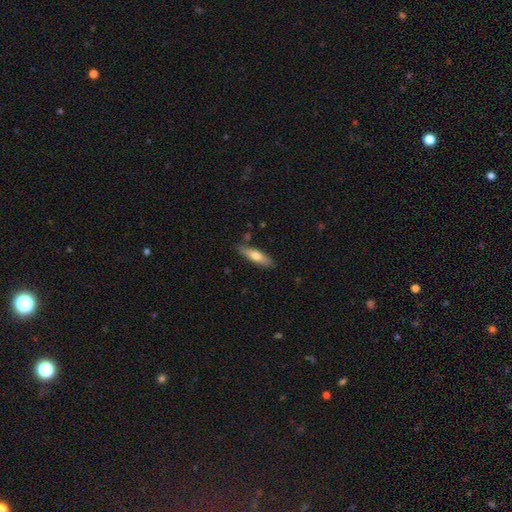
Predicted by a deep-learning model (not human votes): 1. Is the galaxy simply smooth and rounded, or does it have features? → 65% smooth, 29% featured or disk, 6% star or artifact.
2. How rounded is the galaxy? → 64% cigar-shaped, 34% in between, 2% round.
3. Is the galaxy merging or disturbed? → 83% none, 12% minor disturbance, 2% merger, 2% major disturbance.